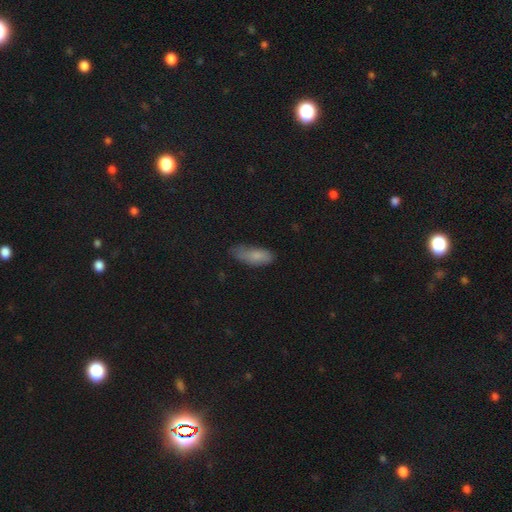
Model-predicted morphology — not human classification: type=smooth (80%); roundness=in between (66%); merging=none (58%).